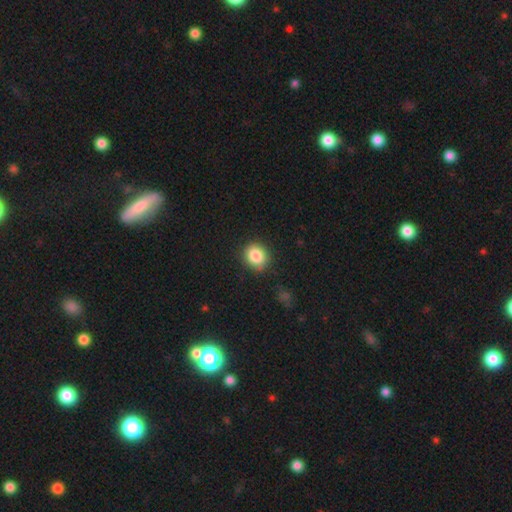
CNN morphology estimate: This appears to be a smooth galaxy with no disk features (85%) that is round (75%). Merging: none (86%).